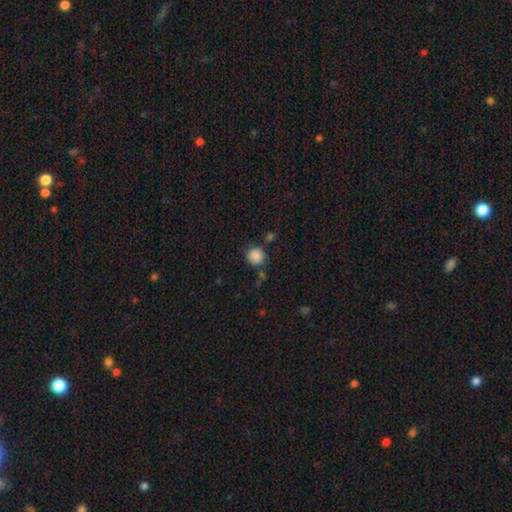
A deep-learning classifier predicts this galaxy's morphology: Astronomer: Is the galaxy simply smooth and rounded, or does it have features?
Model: smooth — 87%.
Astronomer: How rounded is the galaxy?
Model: round — 90%.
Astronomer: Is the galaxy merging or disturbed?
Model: none — 80%.